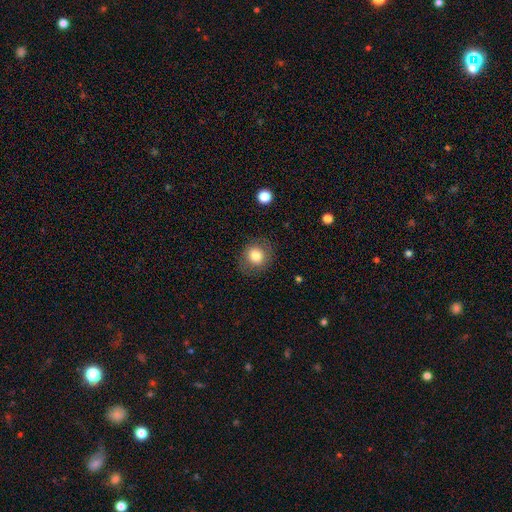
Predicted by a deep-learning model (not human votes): Overall: smooth (80%). How rounded: round (84%). Merging: none (84%).